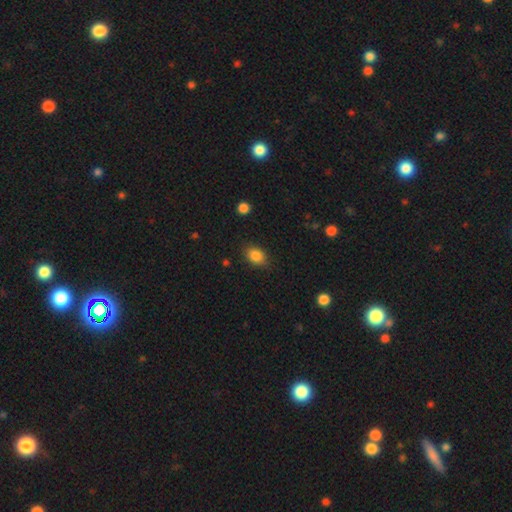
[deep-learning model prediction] smooth-or-featured: smooth: 85% | star or artifact: 10% | featured or disk: 5%
  how-rounded: in between: 71% | round: 28% | cigar-shaped: 1%
  merging: none: 83% | minor disturbance: 13% | major disturbance: 3% | merger: 1%